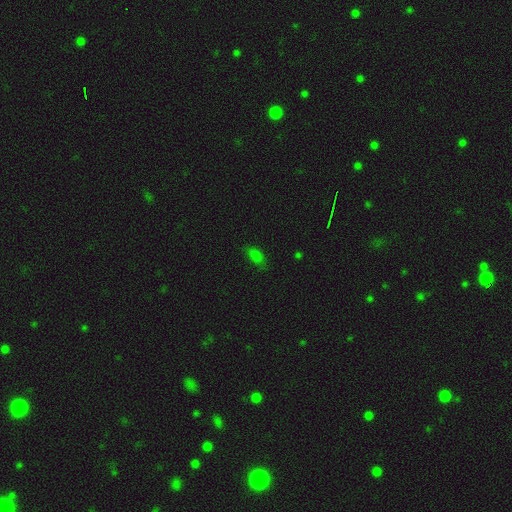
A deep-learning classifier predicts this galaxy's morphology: smooth 76%, star or artifact 17%, featured or disk 8%. Down the decision tree: how rounded — in between (84%); merging — none (77%).